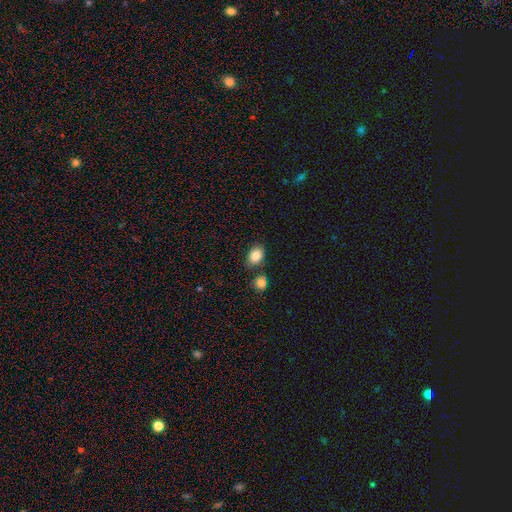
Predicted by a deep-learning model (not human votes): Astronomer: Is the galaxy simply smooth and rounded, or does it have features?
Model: smooth — 84%.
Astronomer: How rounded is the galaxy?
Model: in between — 74%.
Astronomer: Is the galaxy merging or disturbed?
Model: none — 74%.